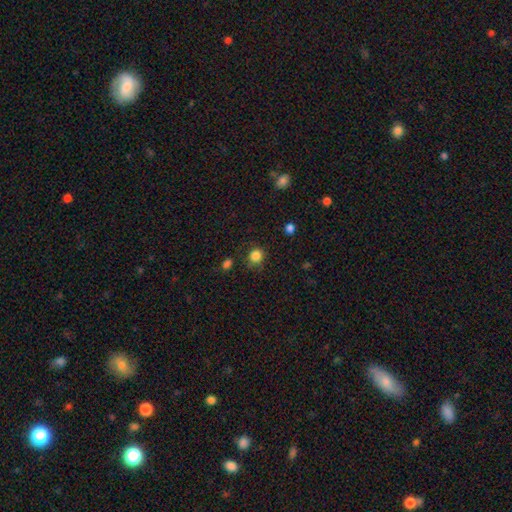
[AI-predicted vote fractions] smooth_or_featured: smooth (p=0.84) [alt: star or artifact p=0.12]
how_rounded: round (p=0.86) [alt: in between p=0.13]
merging: none (p=0.75) [alt: minor disturbance p=0.16]